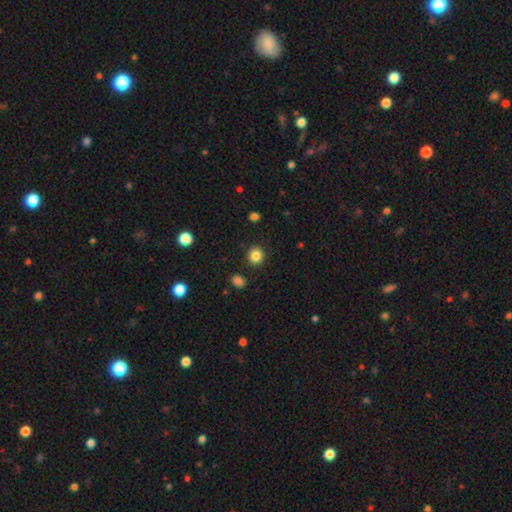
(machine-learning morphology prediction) Q: Smooth or featured?
A: smooth (85%); runner-up: star or artifact (11%)
Q: How rounded?
A: round (88%); runner-up: in between (11%)
Q: Merging?
A: none (90%); runner-up: minor disturbance (6%)